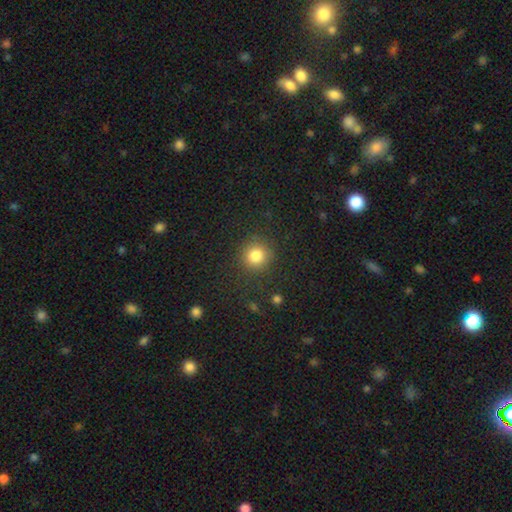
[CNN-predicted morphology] This appears to be a smooth galaxy with no disk features (82%) that is round (93%). Merging: none (88%).